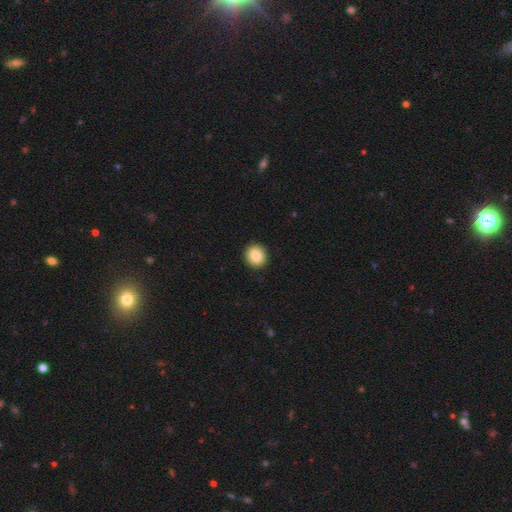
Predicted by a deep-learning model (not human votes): The model was most divided on "smooth or featured": smooth: 85%, star or artifact: 8%, featured or disk: 7%. More confident: merging — none (93%); how rounded — round (89%).